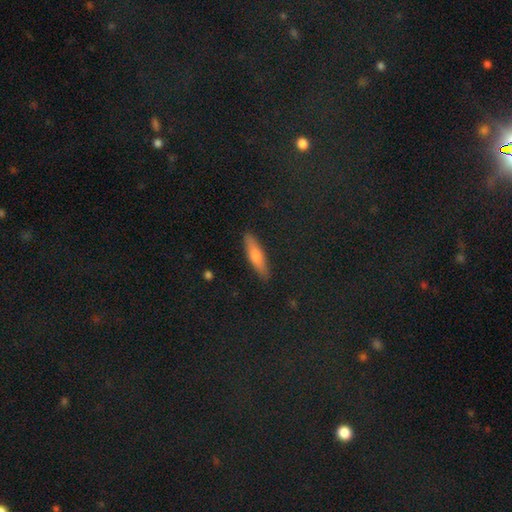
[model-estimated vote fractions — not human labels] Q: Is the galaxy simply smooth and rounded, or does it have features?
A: smooth — 60%.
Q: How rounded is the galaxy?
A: cigar-shaped — 75%.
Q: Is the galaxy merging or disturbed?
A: none — 89%.